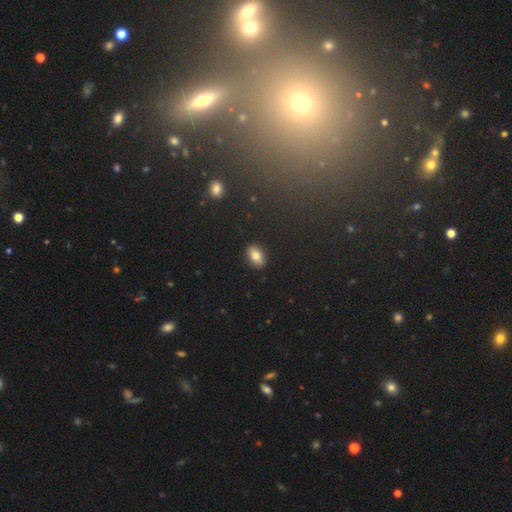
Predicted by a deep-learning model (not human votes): Overall: smooth (80%). How rounded: in between (87%). Merging: none (90%).